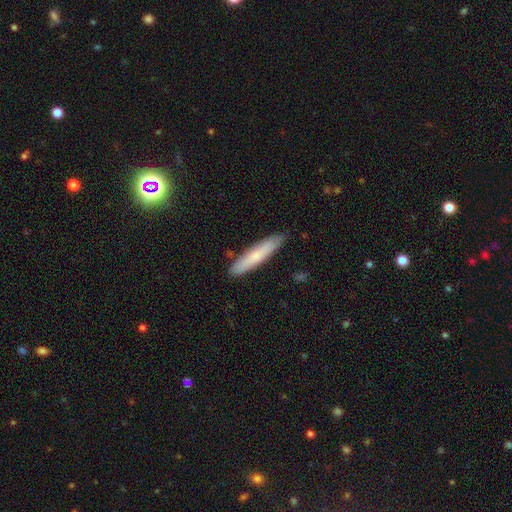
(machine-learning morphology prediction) type=smooth (70%); roundness=cigar-shaped (88%); merging=none (87%).